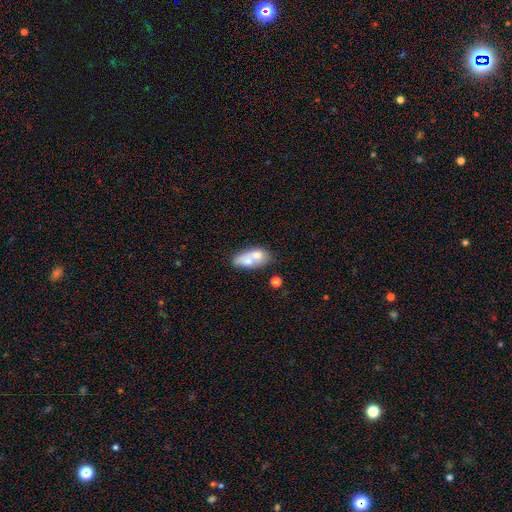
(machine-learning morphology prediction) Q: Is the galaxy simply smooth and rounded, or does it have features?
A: smooth — 62%.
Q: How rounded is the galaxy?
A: in between — 78%.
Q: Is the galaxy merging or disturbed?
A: merger — 48%.